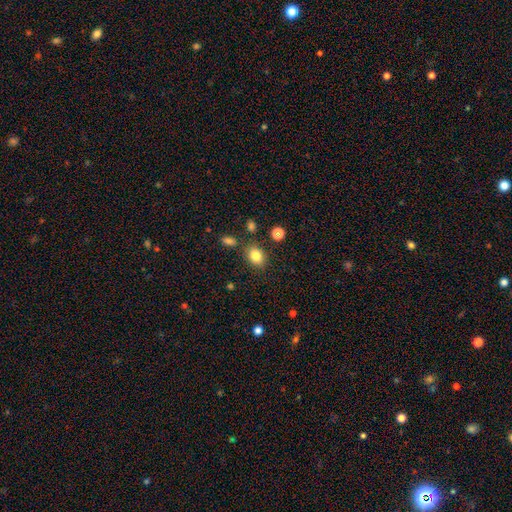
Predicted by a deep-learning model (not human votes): smooth 82%, star or artifact 10%, featured or disk 7%. Down the decision tree: how rounded — in between (64%); merging — none (81%).